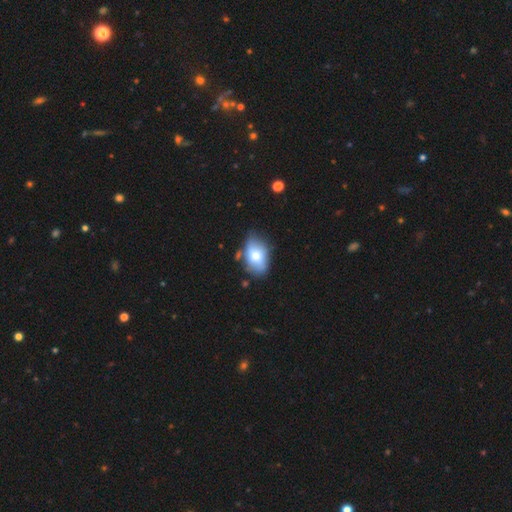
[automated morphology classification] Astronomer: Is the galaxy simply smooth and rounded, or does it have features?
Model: smooth — 69%.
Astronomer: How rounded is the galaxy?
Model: in between — 88%.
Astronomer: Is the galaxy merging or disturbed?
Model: none — 62%.